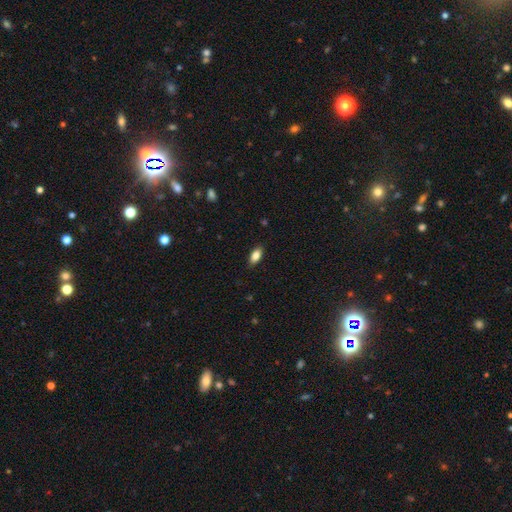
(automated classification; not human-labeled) A smooth galaxy with no disk features (85%) that is in between round and cigar-shaped (88%).

Vote fractions:
- Smooth or featured? smooth: 85% / featured or disk: 8% / star or artifact: 8%
- How rounded? in between: 88% / cigar-shaped: 8% / round: 4%
- Merging? none: 87% / minor disturbance: 10% / major disturbance: 2% / merger: 1%